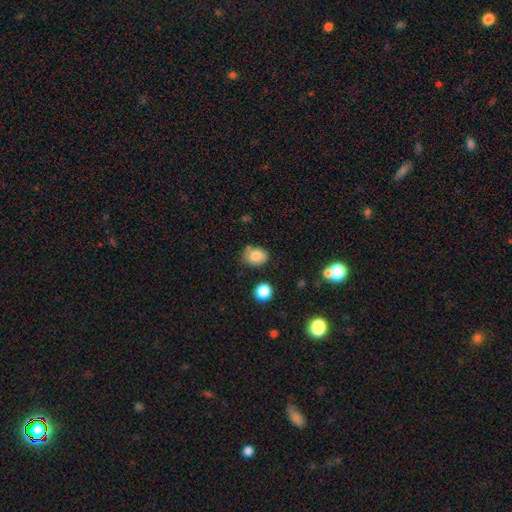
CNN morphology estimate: smooth 84%, star or artifact 10%, featured or disk 6%. Down the decision tree: how rounded — in between (61%); merging — none (71%).